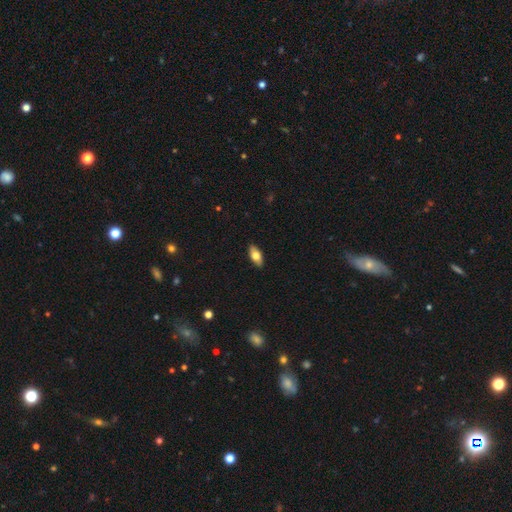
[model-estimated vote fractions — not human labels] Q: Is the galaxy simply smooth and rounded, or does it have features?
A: smooth — 72%.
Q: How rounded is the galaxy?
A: in between — 86%.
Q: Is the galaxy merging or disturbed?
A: none — 89%.